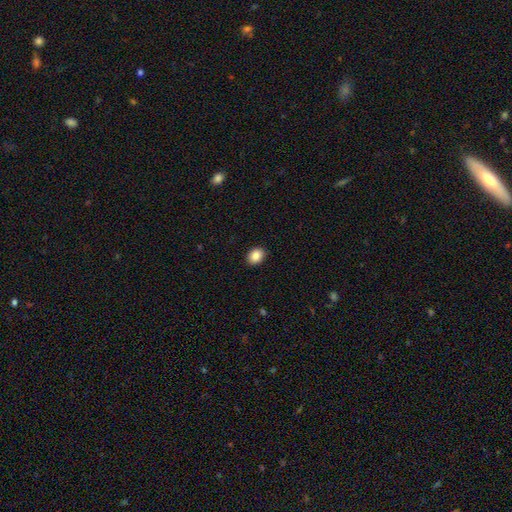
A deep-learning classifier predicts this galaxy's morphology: Smooth or featured: smooth — 87% (star or artifact — 8%)
How rounded: in between — 60% (round — 39%)
Merging: none — 91% (minor disturbance — 6%)